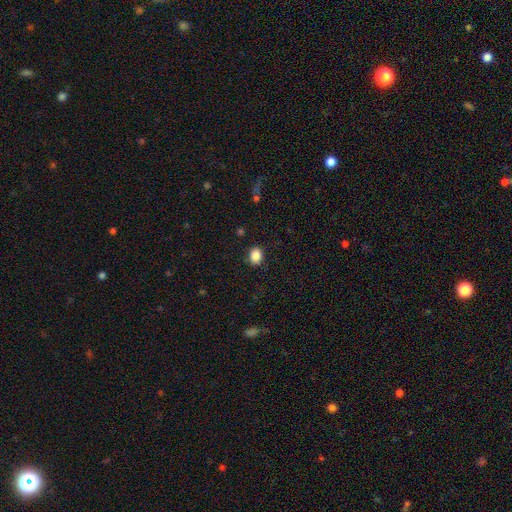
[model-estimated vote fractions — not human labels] This appears to be a smooth galaxy with no disk features (87%) that is in between round and cigar-shaped (55%). Merging: none (87%).